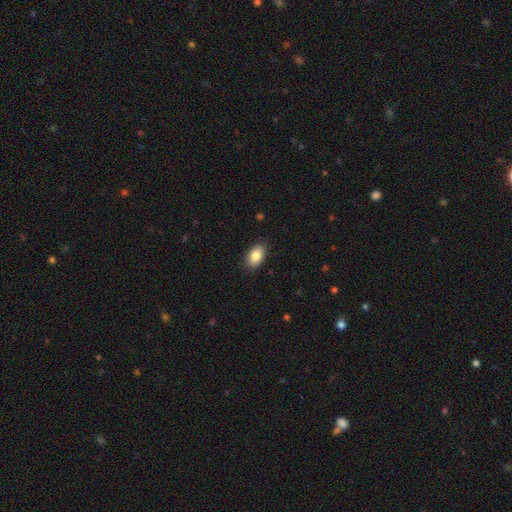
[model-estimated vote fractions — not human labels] This appears to be a smooth galaxy with no disk features (86%) that is in between round and cigar-shaped (93%). Merging: none (87%).